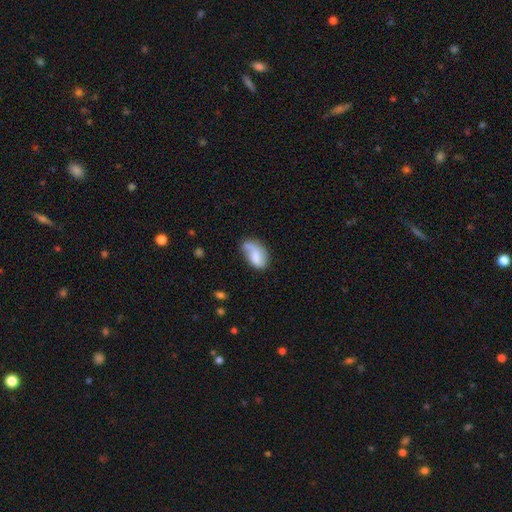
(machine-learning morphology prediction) smooth 51%, featured or disk 42%, star or artifact 7%. Down the decision tree: how rounded — in between (90%); merging — none (44%).